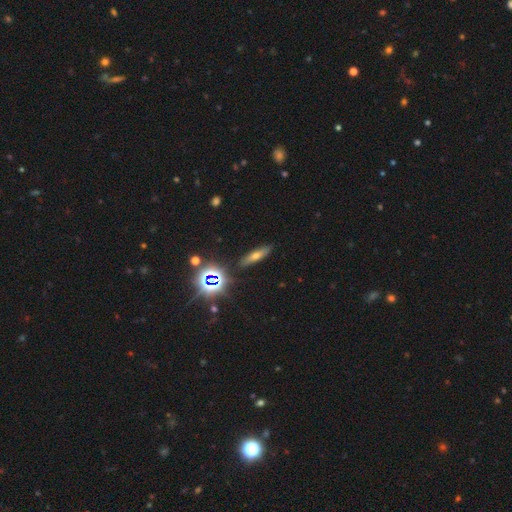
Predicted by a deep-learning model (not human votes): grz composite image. It shows a smooth galaxy with no disk features (39%). Merging: none (88%).